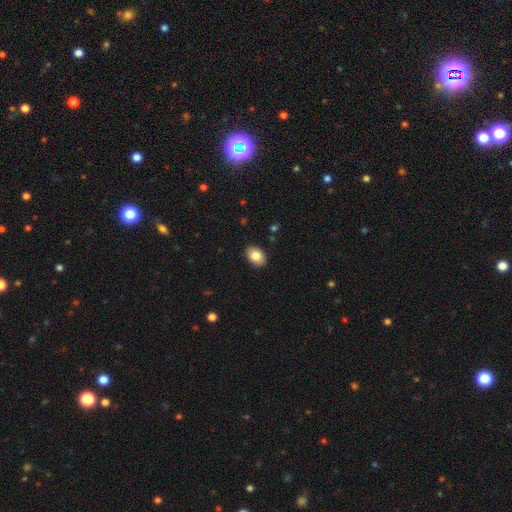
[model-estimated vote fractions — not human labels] This appears to be a smooth galaxy with no disk features (84%) that is in between round and cigar-shaped (83%). Merging: none (89%).